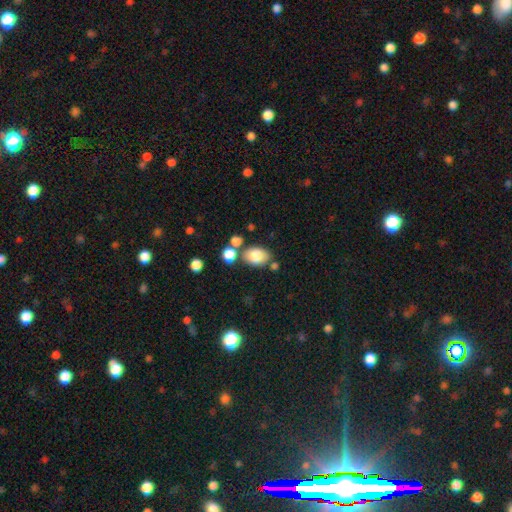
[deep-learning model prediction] Smooth or featured?
  - smooth: 78% *
  - featured or disk: 13%
  - star or artifact: 9%
How rounded?
  - in between: 81% *
  - round: 18%
  - cigar-shaped: 1%
Merging?
  - none: 65% *
  - merger: 16%
  - minor disturbance: 14%
  - major disturbance: 5%